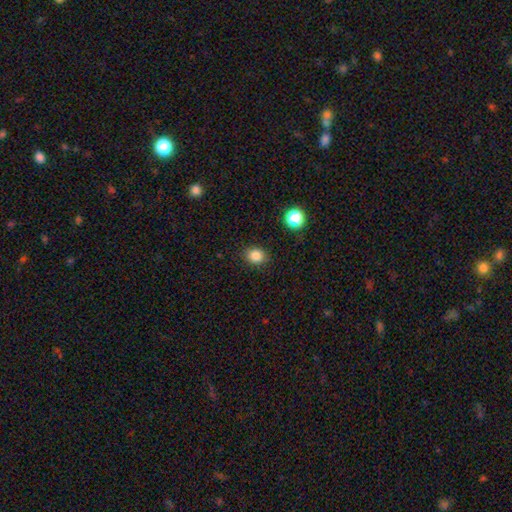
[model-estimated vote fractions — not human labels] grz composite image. It shows a smooth galaxy with no disk features (84%) that is round (70%). Merging: none (88%).